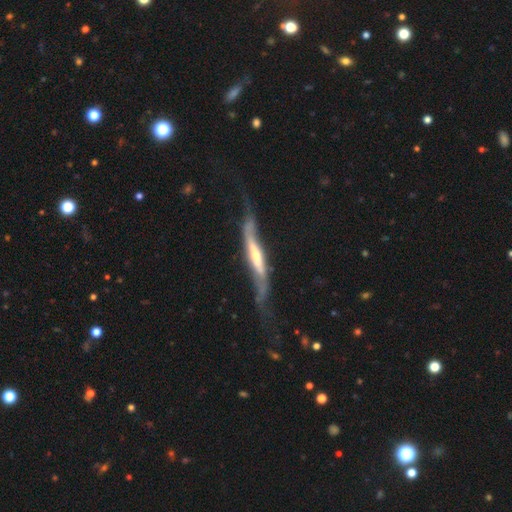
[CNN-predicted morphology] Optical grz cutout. It shows a featured or disk galaxy (78%) viewed edge-on (67%) with a rounded central bulge (57%). Merging: none (45%).